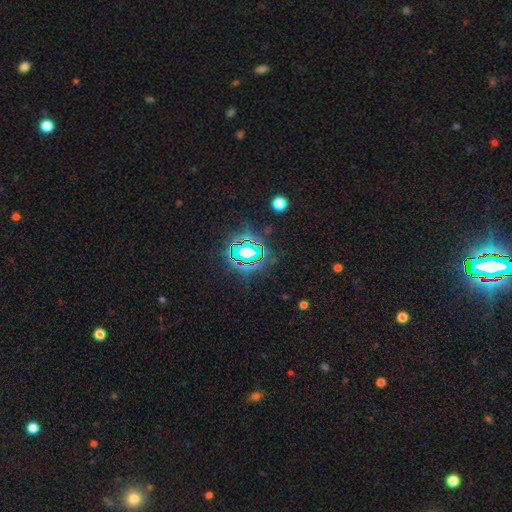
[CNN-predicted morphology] Smooth or featured?
  - star or artifact: 82% *
  - smooth: 11%
  - featured or disk: 7%